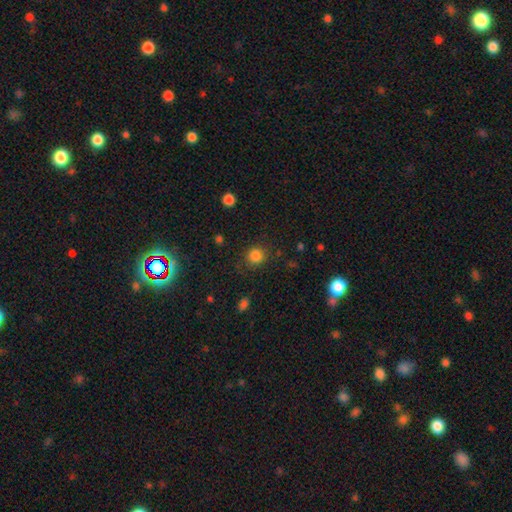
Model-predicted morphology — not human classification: Smooth or featured? smooth (84%)
How rounded? round (90%)
Merging? none (85%)